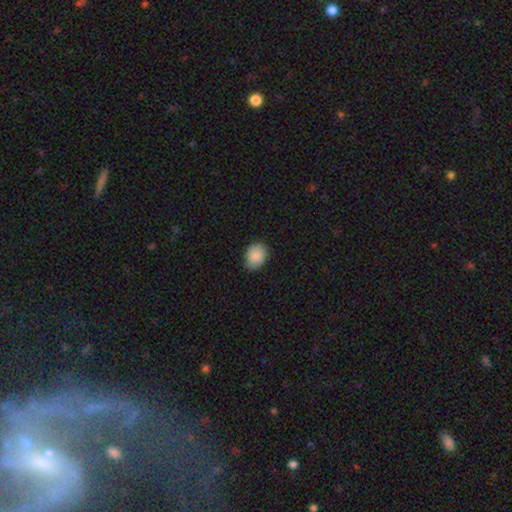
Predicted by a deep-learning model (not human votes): This is clearly a smooth galaxy (89%). How rounded: likely in between (63%). Merging: likely none (79%).